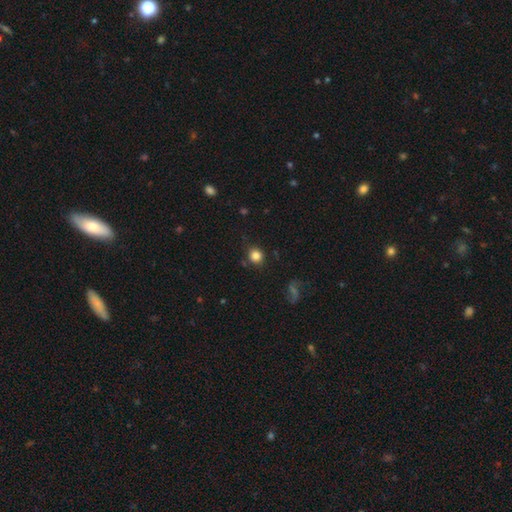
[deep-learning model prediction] This appears to be a smooth galaxy with no disk features (83%) that is round (84%). Merging: none (80%).